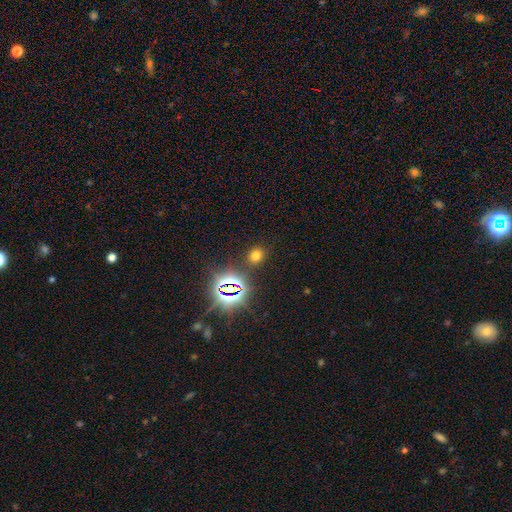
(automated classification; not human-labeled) The model was most divided on "smooth or featured": smooth: 62%, star or artifact: 32%, featured or disk: 6%. More confident: merging — none (85%); how rounded — round (72%).